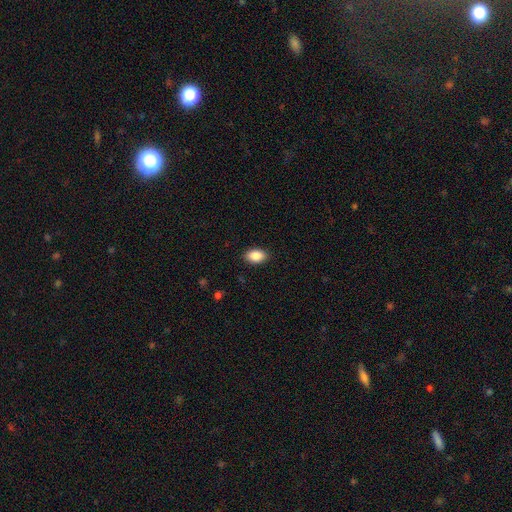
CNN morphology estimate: This appears to be a smooth galaxy with no disk features (88%) that is in between round and cigar-shaped (89%). Merging: none (89%).